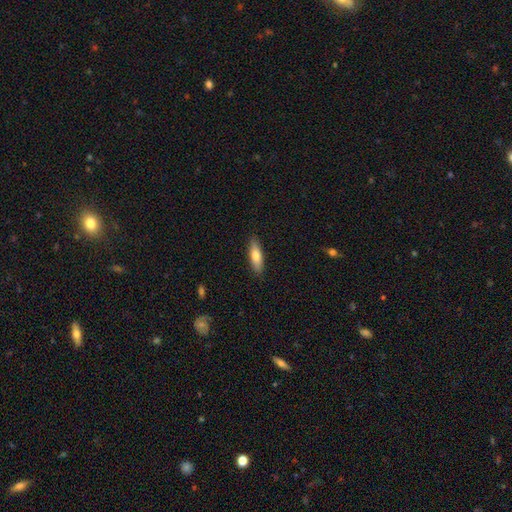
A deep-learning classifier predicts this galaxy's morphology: A smooth galaxy with no disk features (75%) that is cigar-shaped (52%).

Vote fractions:
- Smooth or featured? smooth: 75% / featured or disk: 19% / star or artifact: 6%
- How rounded? cigar-shaped: 52% / in between: 46% / round: 2%
- Merging? none: 88% / minor disturbance: 9% / major disturbance: 2% / merger: 1%